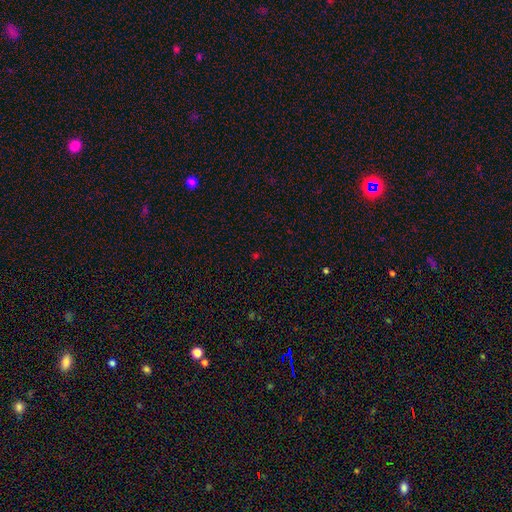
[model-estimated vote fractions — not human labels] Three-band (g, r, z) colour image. It shows a star or artifact, not a galaxy (58%).